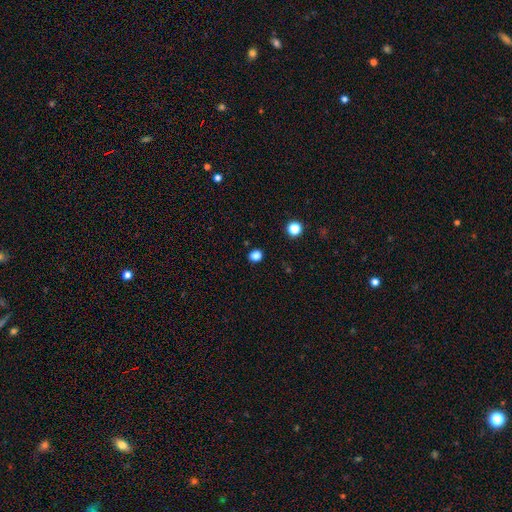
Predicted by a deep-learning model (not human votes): Overall: smooth (83%). How rounded: round (73%). Merging: none (90%).